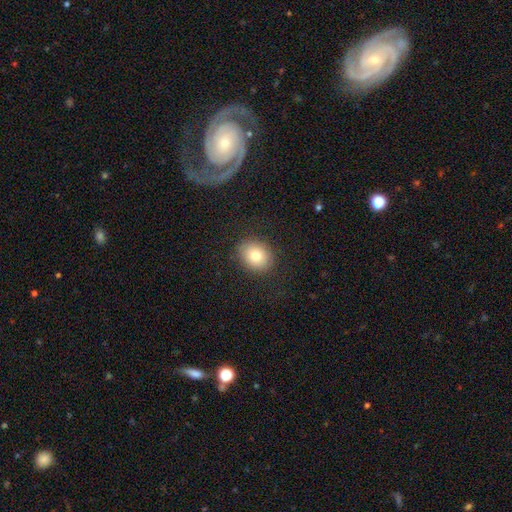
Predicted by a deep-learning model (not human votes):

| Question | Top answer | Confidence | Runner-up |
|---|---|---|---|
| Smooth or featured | smooth | 79% | featured or disk (11%) |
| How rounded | round | 55% | in between (44%) |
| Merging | none | 87% | minor disturbance (9%) |